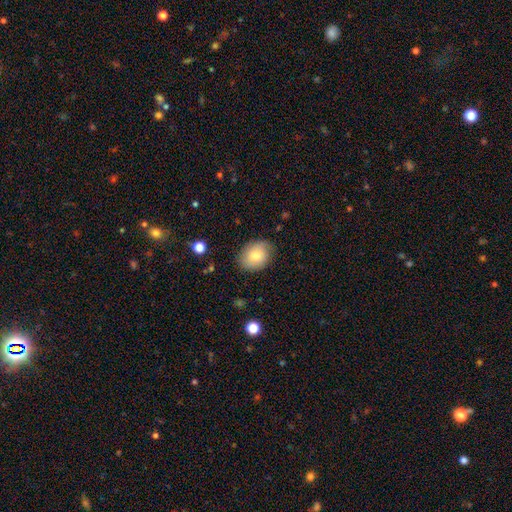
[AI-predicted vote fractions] smooth 78%, featured or disk 15%, star or artifact 8%. Down the decision tree: how rounded — in between (60%); merging — none (77%).